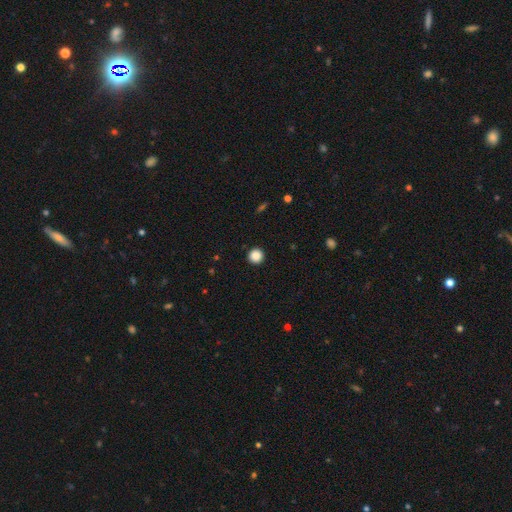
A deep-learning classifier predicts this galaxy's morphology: Overall: smooth (88%). How rounded: round (96%). Merging: none (94%).